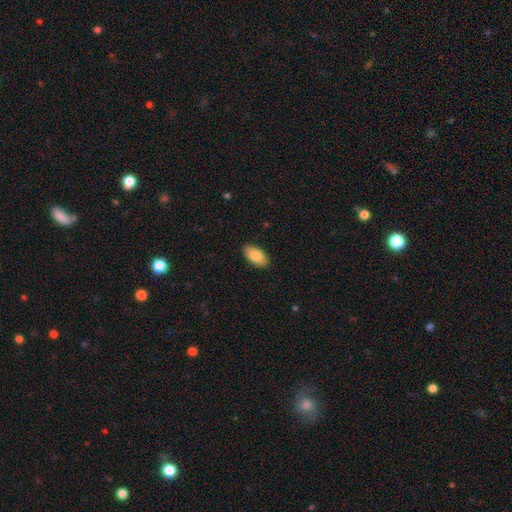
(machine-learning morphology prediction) smooth 86%, featured or disk 8%, star or artifact 6%. Down the decision tree: how rounded — in between (95%); merging — none (88%).